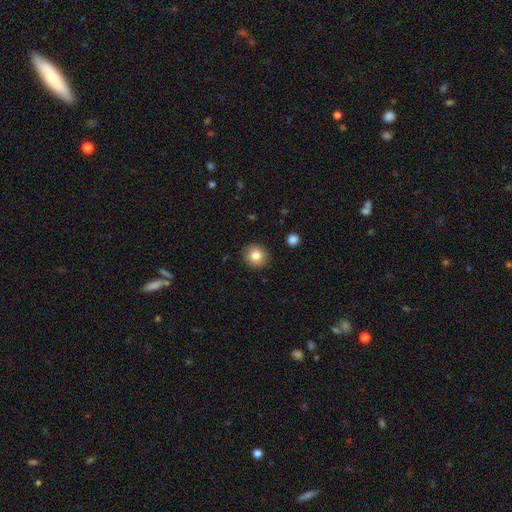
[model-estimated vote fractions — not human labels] A smooth galaxy with no disk features (82%) that is round (91%).

Vote fractions:
- Smooth or featured? smooth: 82% / star or artifact: 10% / featured or disk: 8%
- How rounded? round: 91% / in between: 8% / cigar-shaped: 1%
- Merging? none: 90% / minor disturbance: 7% / major disturbance: 2% / merger: 1%